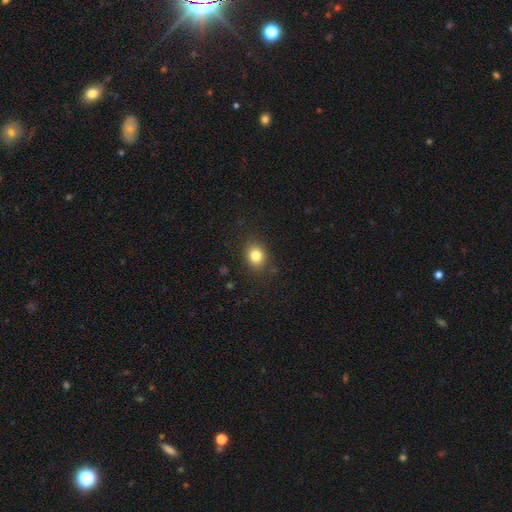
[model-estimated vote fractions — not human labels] Smooth or featured? smooth (82%)
How rounded? round (60%)
Merging? none (86%)